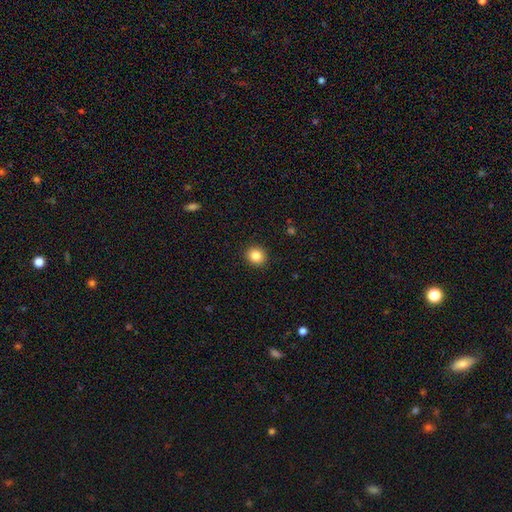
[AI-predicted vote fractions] smooth-or-featured: smooth: 84% | star or artifact: 10% | featured or disk: 5%
  how-rounded: round: 85% | in between: 14% | cigar-shaped: 1%
  merging: none: 92% | minor disturbance: 5% | major disturbance: 2% | merger: 1%